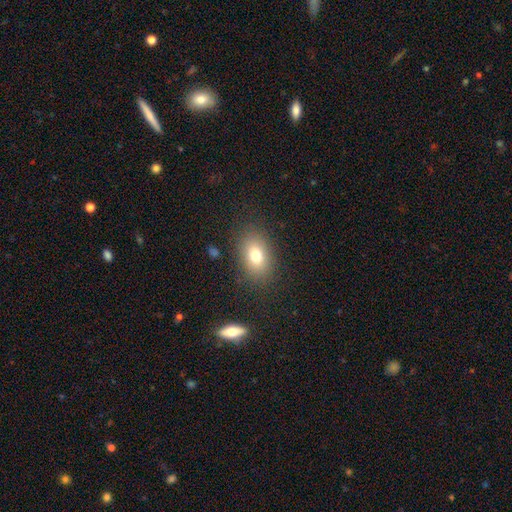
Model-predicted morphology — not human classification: Smooth or featured? Predicted: smooth (p=0.77). How rounded? Predicted: in between (p=0.80). Merging? Predicted: none (p=0.85).